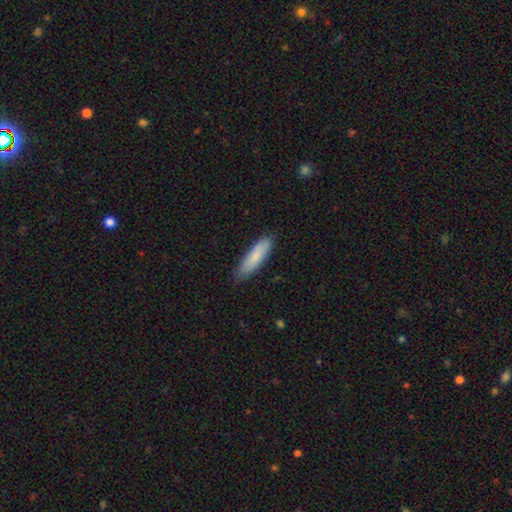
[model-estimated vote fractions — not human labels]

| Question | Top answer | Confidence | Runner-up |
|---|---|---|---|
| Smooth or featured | smooth | 82% | featured or disk (13%) |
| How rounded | cigar-shaped | 66% | in between (33%) |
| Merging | none | 82% | minor disturbance (15%) |